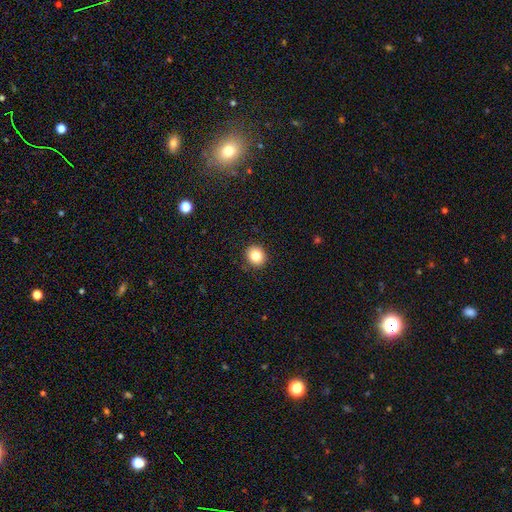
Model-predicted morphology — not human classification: Smooth or featured?
  - smooth: 82% *
  - star or artifact: 10%
  - featured or disk: 7%
How rounded?
  - round: 82% *
  - in between: 18%
  - cigar-shaped: 1%
Merging?
  - none: 90% *
  - minor disturbance: 7%
  - major disturbance: 2%
  - merger: 1%